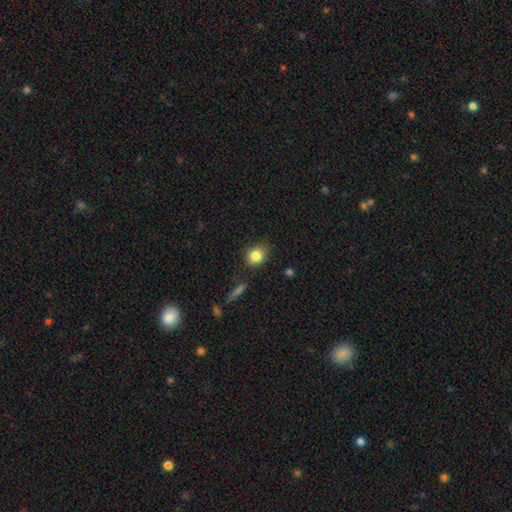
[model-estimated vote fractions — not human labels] Smooth or featured: smooth — 84% (star or artifact — 9%)
How rounded: round — 72% (in between — 27%)
Merging: none — 80% (minor disturbance — 14%)